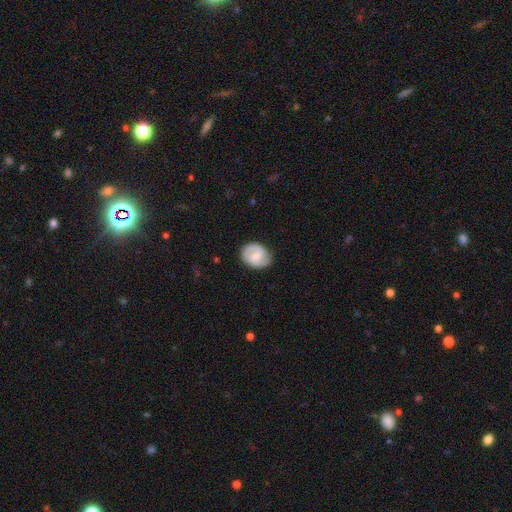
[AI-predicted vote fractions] featured or disk 67%, smooth 28%, star or artifact 6%. Down the decision tree: edge-on disk — no (98%); bar — weak (55%); spiral arms — yes (89%); spiral arm count — 2 (83%); spiral winding — medium (48%); bulge size — moderate (40%); merging — none (81%).